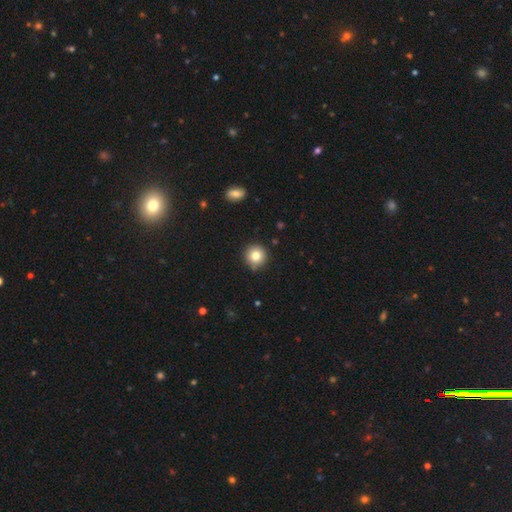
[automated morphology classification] smooth 80%, star or artifact 11%, featured or disk 9%. Down the decision tree: how rounded — round (95%); merging — none (88%).